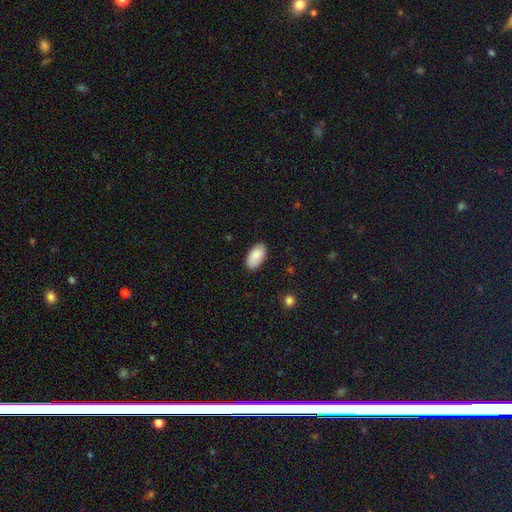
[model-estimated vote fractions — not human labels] This appears to be a smooth galaxy with no disk features (88%) that is in between round and cigar-shaped (96%). Merging: none (86%).